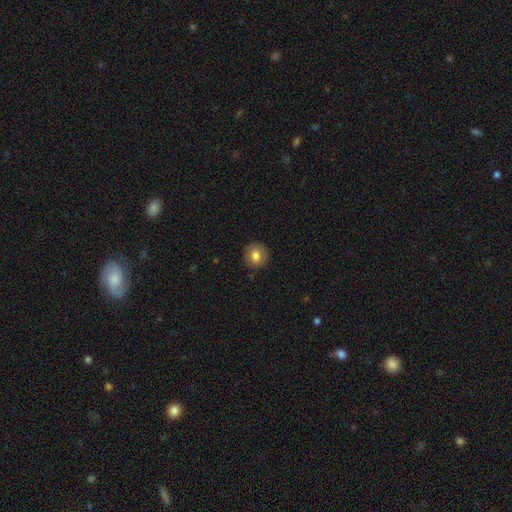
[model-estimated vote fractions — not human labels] This is likely a smooth galaxy (78%). How rounded: clearly round (92%). Merging: clearly none (89%).